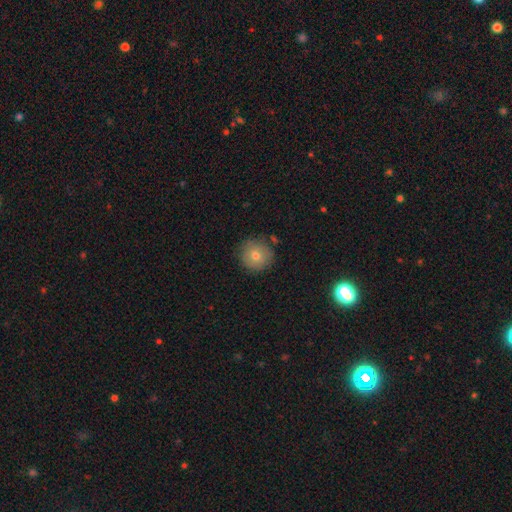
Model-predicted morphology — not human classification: This is likely a smooth galaxy (75%). How rounded: clearly round (94%). Merging: clearly none (86%).